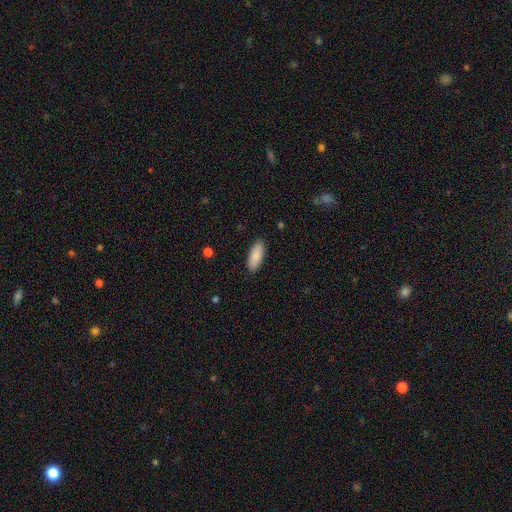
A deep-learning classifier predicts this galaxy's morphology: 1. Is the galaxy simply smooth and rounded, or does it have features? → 89% smooth, 6% star or artifact, 5% featured or disk.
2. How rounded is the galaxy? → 74% in between, 25% cigar-shaped, 2% round.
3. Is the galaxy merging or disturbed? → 89% none, 8% minor disturbance, 2% major disturbance, 1% merger.